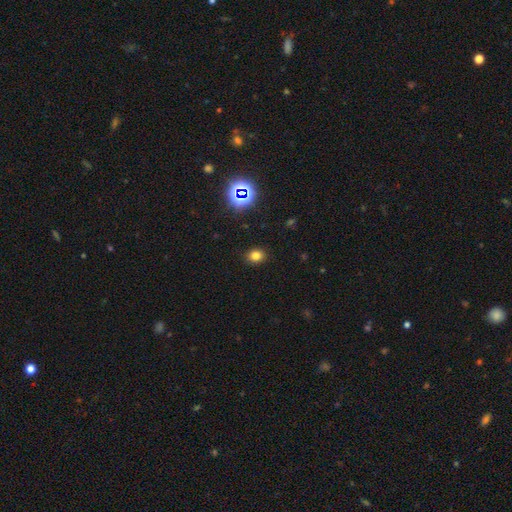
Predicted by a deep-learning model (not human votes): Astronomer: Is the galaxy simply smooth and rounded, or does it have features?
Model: smooth — 76%.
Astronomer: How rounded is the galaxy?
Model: round — 61% (runner-up: in between, 38%).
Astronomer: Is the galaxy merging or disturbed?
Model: none — 89%.